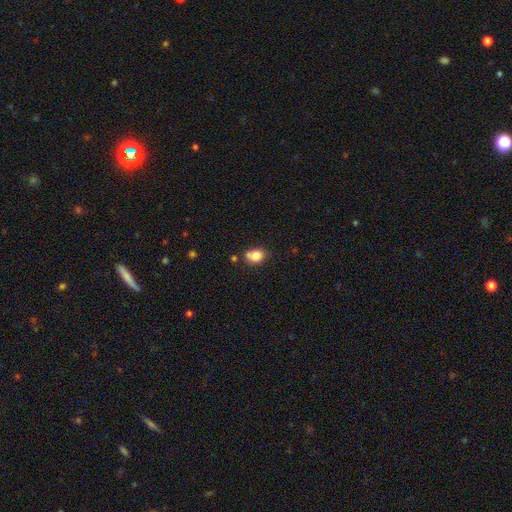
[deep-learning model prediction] Smooth or featured? smooth (82%)
How rounded? in between (60%)
Merging? none (53%)